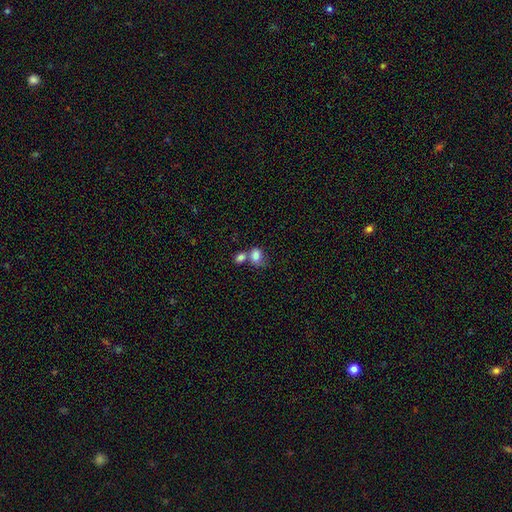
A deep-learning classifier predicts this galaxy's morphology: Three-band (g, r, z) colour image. It shows a smooth galaxy with no disk features (80%) that is in between round and cigar-shaped (62%). Merging: merger (52%).